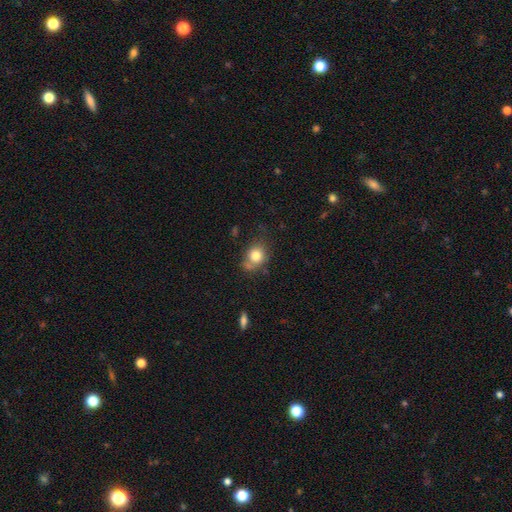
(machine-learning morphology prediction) Overall: smooth (79%). How rounded: round (64%; in between 34%). Merging: none (60%; minor disturbance 23%).